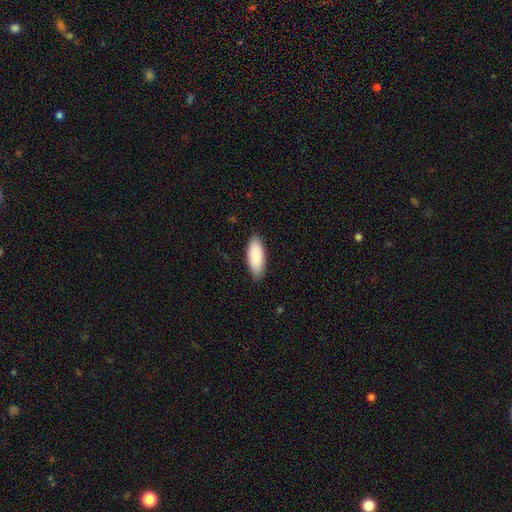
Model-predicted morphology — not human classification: smooth-or-featured: smooth: 88% | featured or disk: 7% | star or artifact: 5%
  how-rounded: in between: 79% | cigar-shaped: 20% | round: 2%
  merging: none: 86% | minor disturbance: 11% | major disturbance: 2% | merger: 1%